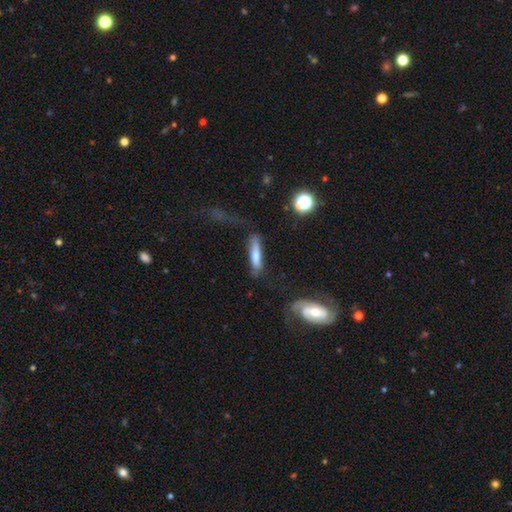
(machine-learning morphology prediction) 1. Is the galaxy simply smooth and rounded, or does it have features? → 62% smooth, 31% featured or disk, 7% star or artifact.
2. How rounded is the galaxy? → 79% cigar-shaped, 19% in between, 2% round.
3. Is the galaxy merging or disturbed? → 61% none, 22% minor disturbance, 13% major disturbance, 4% merger.